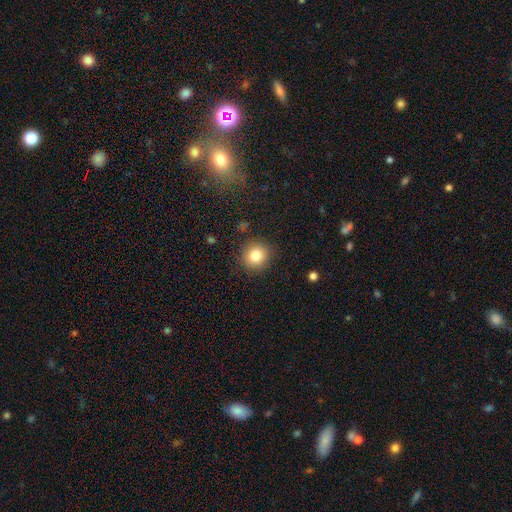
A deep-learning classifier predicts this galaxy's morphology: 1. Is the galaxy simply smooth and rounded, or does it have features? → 82% smooth, 11% star or artifact, 7% featured or disk.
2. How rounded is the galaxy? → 89% round, 10% in between, 1% cigar-shaped.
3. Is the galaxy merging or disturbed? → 89% none, 7% minor disturbance, 3% major disturbance, 1% merger.